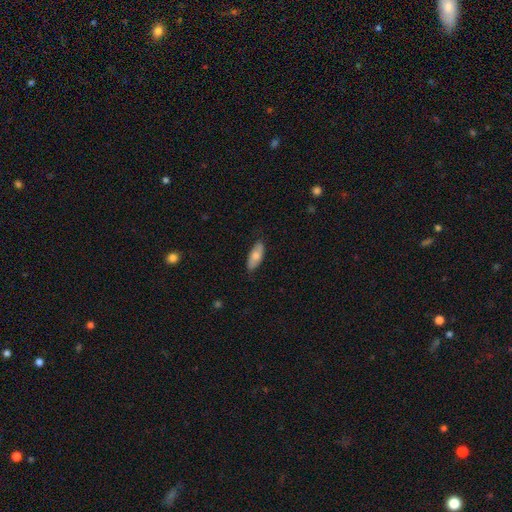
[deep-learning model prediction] This appears to be a smooth galaxy with no disk features (70%) that is in between round and cigar-shaped (81%). Merging: none (81%).